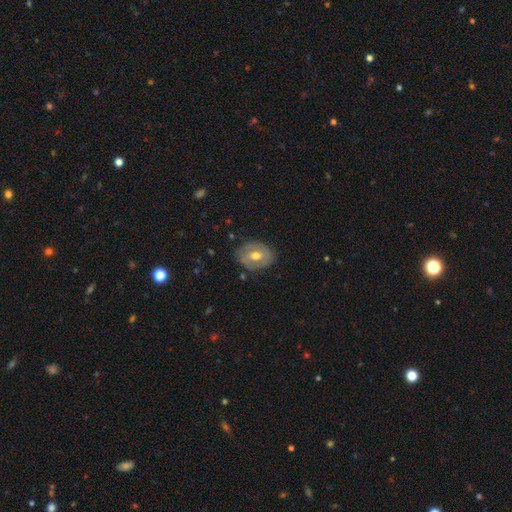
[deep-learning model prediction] This appears to be a featured or disk galaxy (56%) with no bar (48%), no spiral arms (59%) and a moderate central bulge (78%). Merging: none (76%).